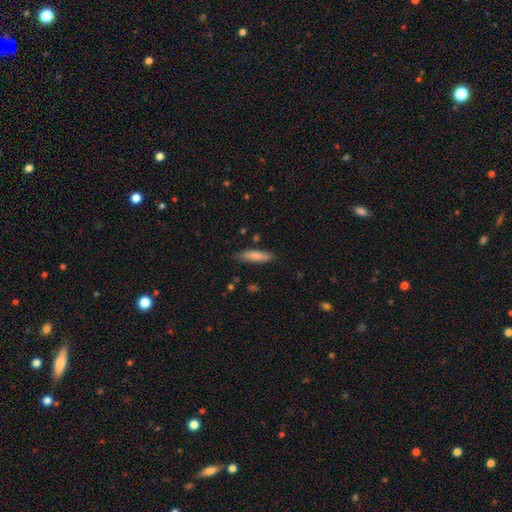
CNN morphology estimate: This is likely a smooth galaxy (79%). How rounded: likely cigar-shaped (70%). Merging: likely none (77%).